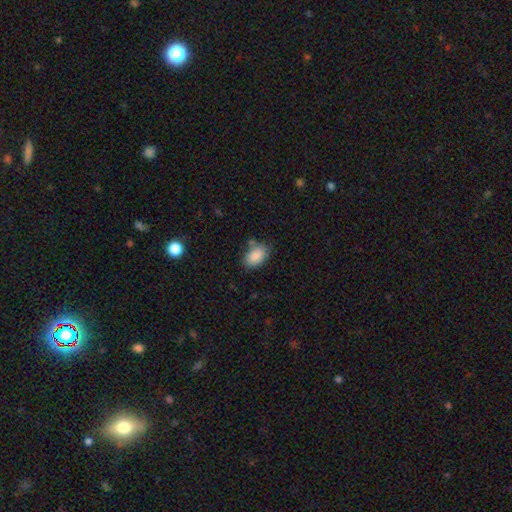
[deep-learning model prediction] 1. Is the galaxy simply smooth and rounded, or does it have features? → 88% smooth, 7% star or artifact, 5% featured or disk.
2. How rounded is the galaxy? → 89% in between, 10% round, 1% cigar-shaped.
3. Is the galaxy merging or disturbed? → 70% none, 19% minor disturbance, 7% merger, 5% major disturbance.